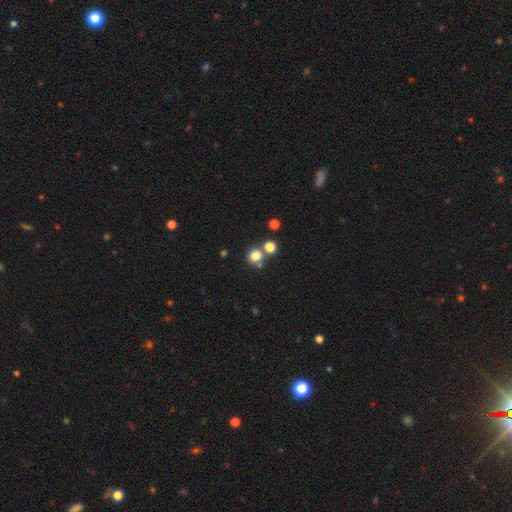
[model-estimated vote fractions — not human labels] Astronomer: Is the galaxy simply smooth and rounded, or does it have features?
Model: smooth — 79%.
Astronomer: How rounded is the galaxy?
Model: round — 91%.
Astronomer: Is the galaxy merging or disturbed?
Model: none — 67%.